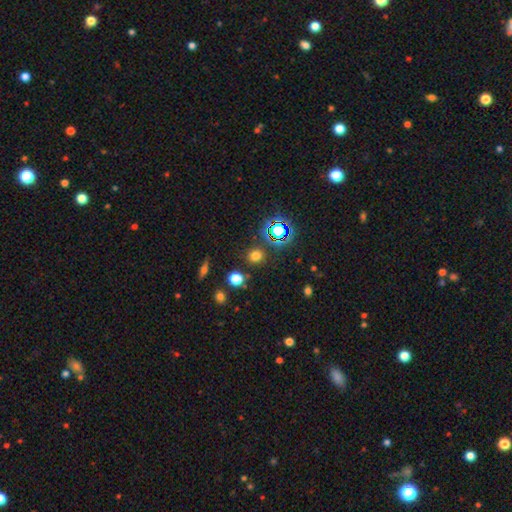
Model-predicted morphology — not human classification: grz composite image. It shows a smooth galaxy with no disk features (68%) that is round (85%). Merging: none (84%).